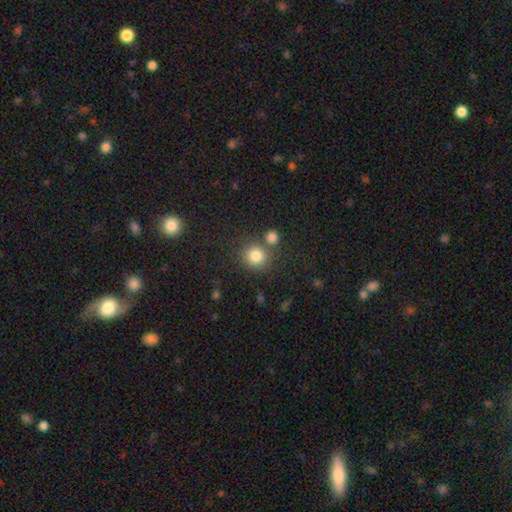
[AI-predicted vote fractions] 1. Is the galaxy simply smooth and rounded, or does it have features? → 81% smooth, 12% star or artifact, 7% featured or disk.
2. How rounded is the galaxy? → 87% round, 12% in between, 1% cigar-shaped.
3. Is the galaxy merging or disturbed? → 70% none, 18% merger, 9% minor disturbance, 4% major disturbance.